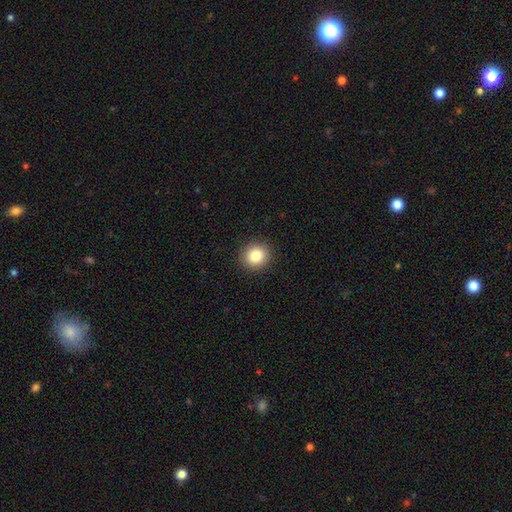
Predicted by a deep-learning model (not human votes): Smooth or featured? Predicted: smooth (p=0.85). How rounded? Predicted: round (p=0.85). Merging? Predicted: none (p=0.91).